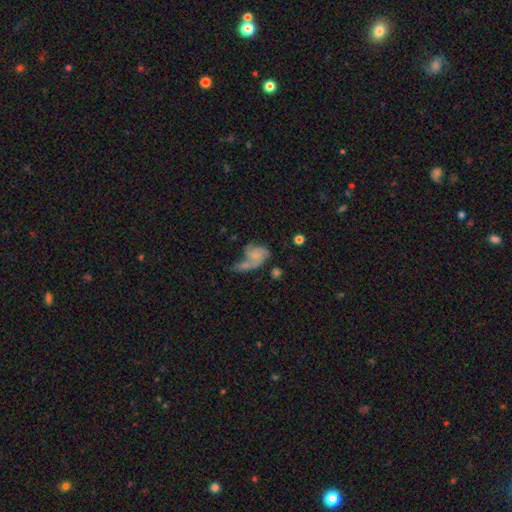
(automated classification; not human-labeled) A featured or disk galaxy (49%). Merging: merger (39%).